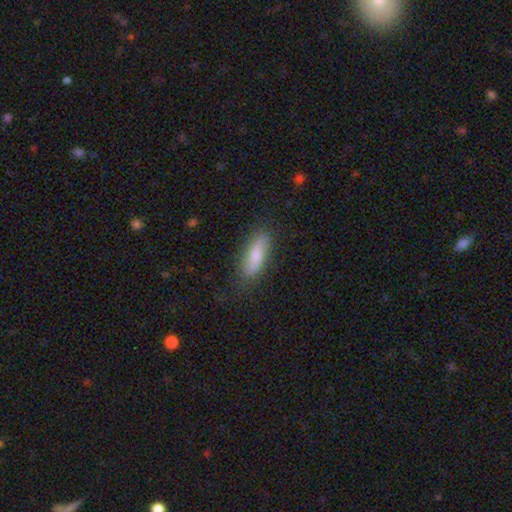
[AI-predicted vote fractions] Overall: smooth (75%). How rounded: in between (57%; cigar-shaped 41%). Merging: none (78%).